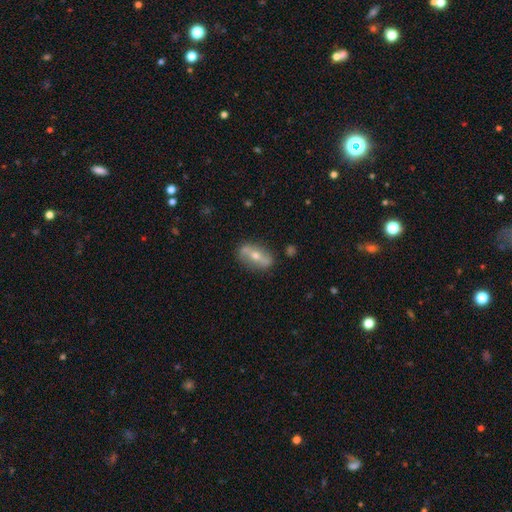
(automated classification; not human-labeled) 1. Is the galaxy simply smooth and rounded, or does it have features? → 61% featured or disk, 33% smooth, 6% star or artifact.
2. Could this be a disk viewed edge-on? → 64% no, 36% yes.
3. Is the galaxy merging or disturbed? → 81% none, 13% minor disturbance, 4% major disturbance, 2% merger.